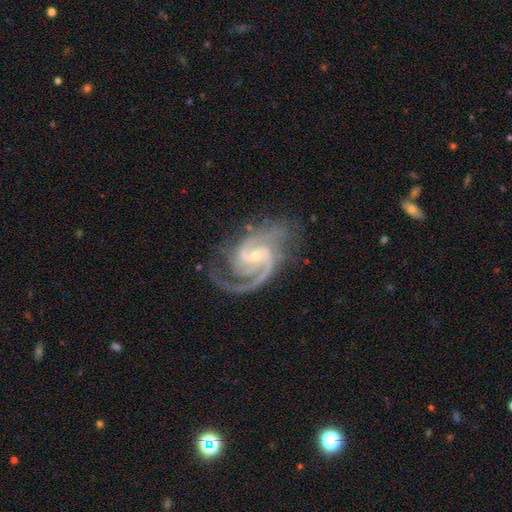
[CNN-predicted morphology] This is clearly a featured or disk galaxy (93%). It is clearly not viewed edge-on (98%). Bar: marginally weak (43%). Spiral arm pattern: clearly yes (99%). Spiral arm count: possibly 2 (53%). Spiral winding: possibly medium (54%). Central bulge: likely small (73%). Merging: likely none (70%).